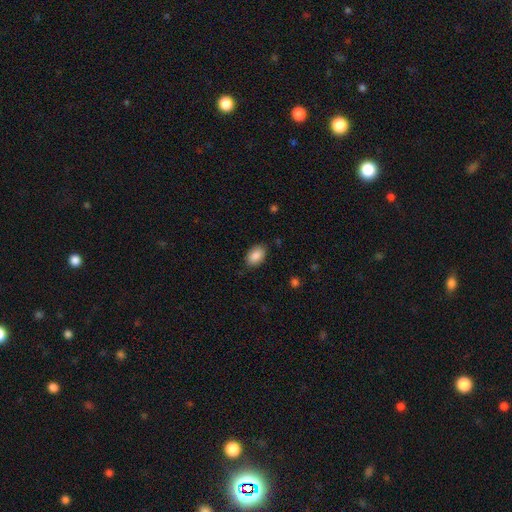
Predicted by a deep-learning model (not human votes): A smooth galaxy with no disk features (88%) that is in between round and cigar-shaped (90%). Merging: none (84%).